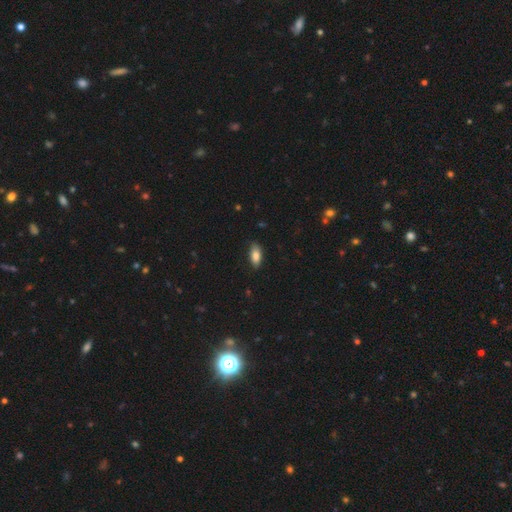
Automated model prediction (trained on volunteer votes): smooth 84%, featured or disk 9%, star or artifact 7%. Down the decision tree: how rounded — in between (88%); merging — none (81%).